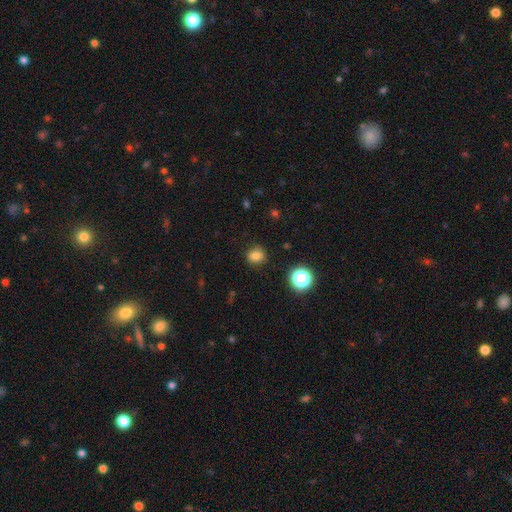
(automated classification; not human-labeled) A smooth galaxy with no disk features (79%) that is round (72%). Merging: none (85%).